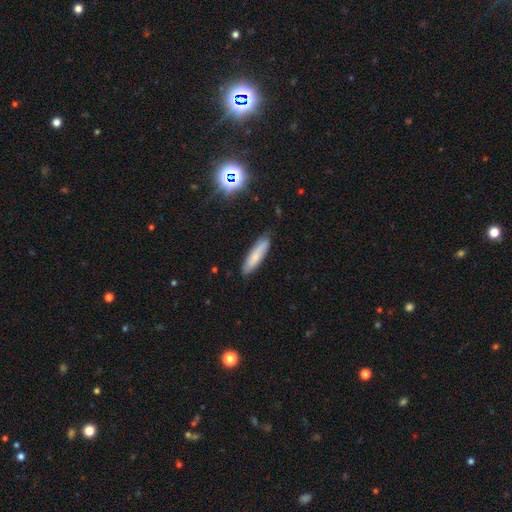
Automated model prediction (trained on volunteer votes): Smooth or featured? Predicted: smooth (p=0.74). How rounded? Predicted: cigar-shaped (p=0.77). Merging? Predicted: none (p=0.83).